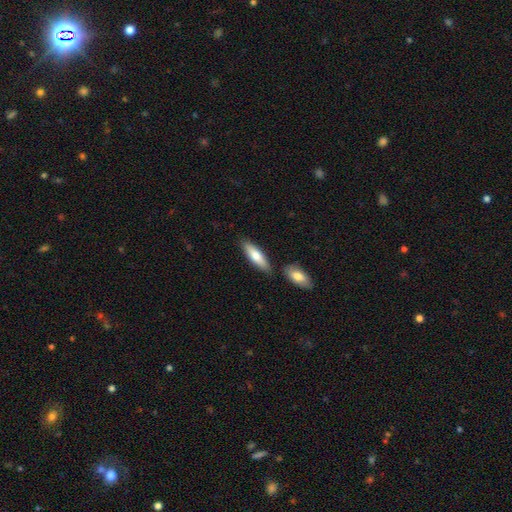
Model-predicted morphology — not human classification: Smooth or featured: smooth — 73% (featured or disk — 22%)
How rounded: cigar-shaped — 53% (in between — 45%)
Merging: none — 79% (minor disturbance — 10%)